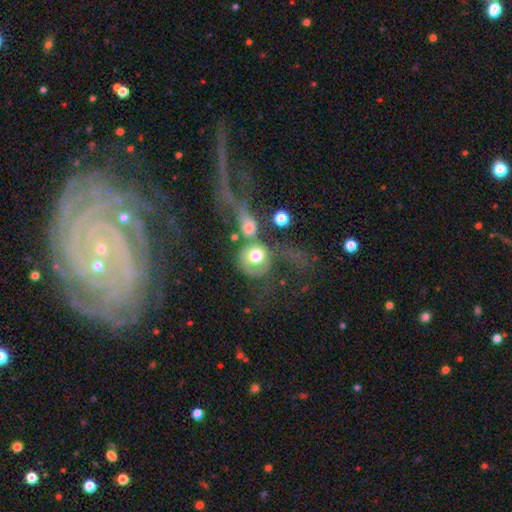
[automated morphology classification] smooth 55%, featured or disk 35%, star or artifact 11%. Down the decision tree: how rounded — round (78%); merging — merger (45%).